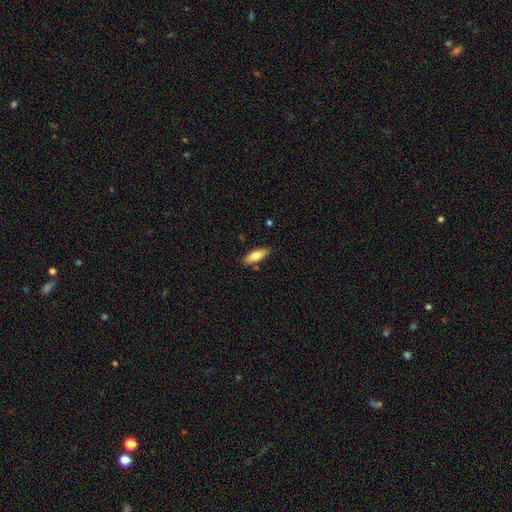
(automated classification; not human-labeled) This is likely a smooth galaxy (76%). How rounded: likely in between (67%). Merging: clearly none (84%).